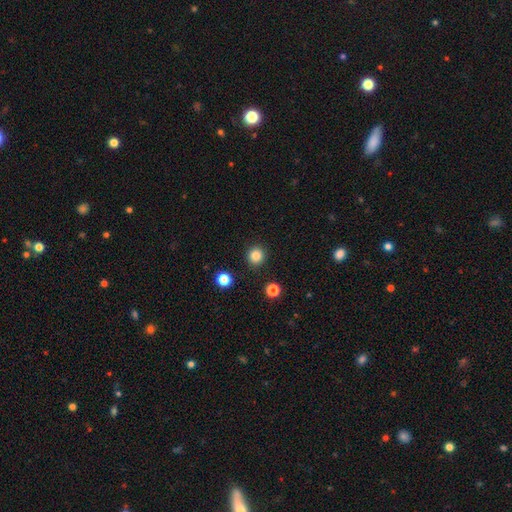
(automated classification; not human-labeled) Smooth or featured? Predicted: smooth (p=0.84). How rounded? Predicted: round (p=0.93). Merging? Predicted: none (p=0.91).